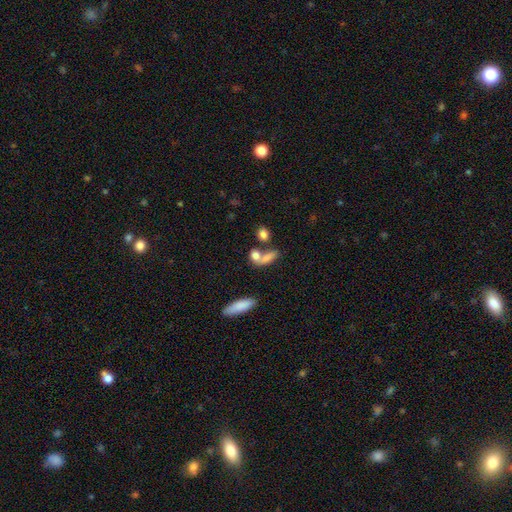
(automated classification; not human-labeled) Overall: smooth (77%). How rounded: in between (50%; round 39%). Merging: none (42%; merger 40%).